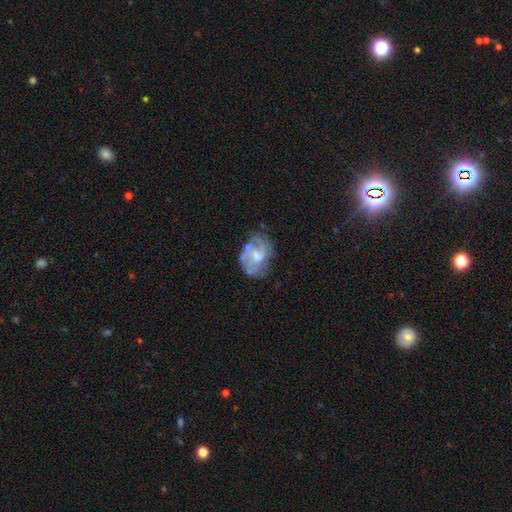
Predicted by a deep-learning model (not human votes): This appears to be a featured or disk galaxy (71%) with no bar (46%), spiral arms (70%) and a moderate central bulge (40%). Merging: none (54%).